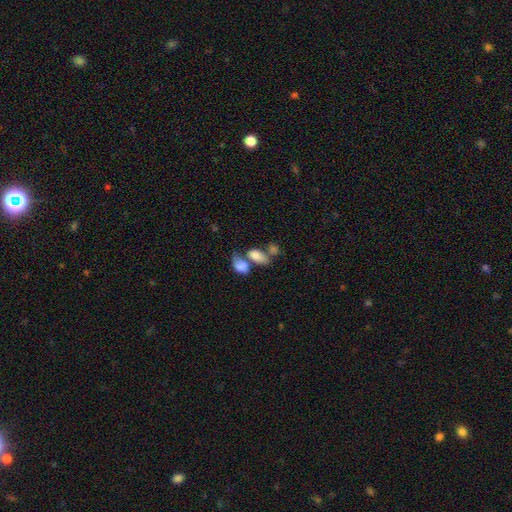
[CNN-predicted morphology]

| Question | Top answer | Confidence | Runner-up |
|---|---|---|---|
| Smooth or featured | smooth | 75% | featured or disk (16%) |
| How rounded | in between | 88% | round (10%) |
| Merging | merger | 59% | none (22%) |